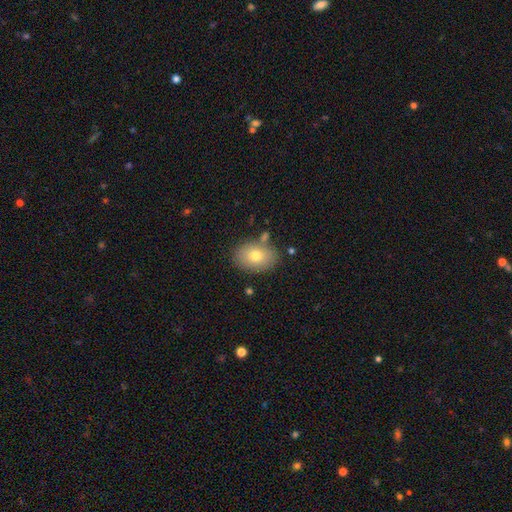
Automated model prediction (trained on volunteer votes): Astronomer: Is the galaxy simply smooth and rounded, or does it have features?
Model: smooth — 75%.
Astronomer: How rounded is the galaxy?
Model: in between — 77%.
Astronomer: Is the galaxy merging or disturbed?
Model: none — 79%.